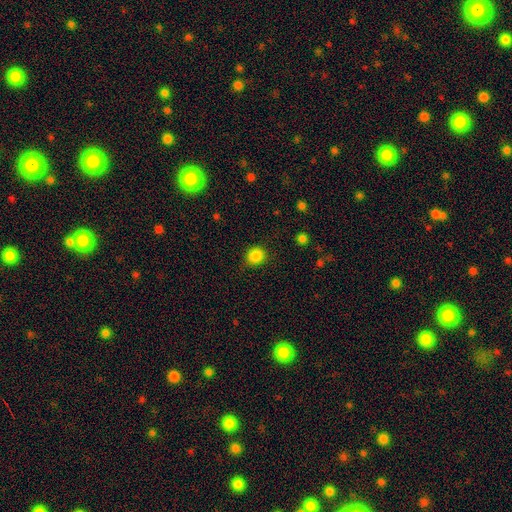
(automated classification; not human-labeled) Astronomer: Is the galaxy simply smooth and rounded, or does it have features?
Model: smooth — 86%.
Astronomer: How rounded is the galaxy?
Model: round — 83%.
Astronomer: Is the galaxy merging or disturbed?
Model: none — 86%.